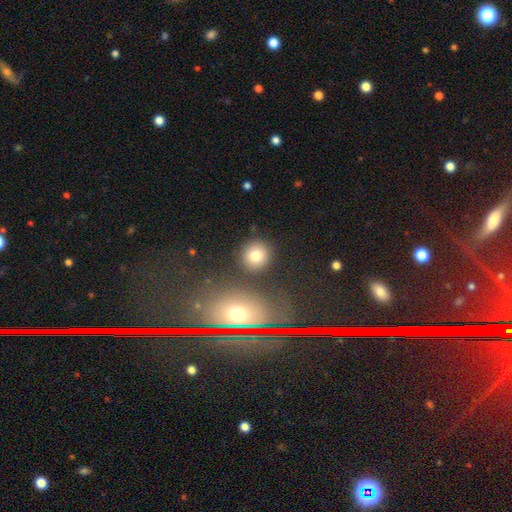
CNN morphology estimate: A smooth galaxy with no disk features (79%) that is round (89%).

Vote fractions:
- Smooth or featured? smooth: 79% / star or artifact: 13% / featured or disk: 8%
- How rounded? round: 89% / in between: 10% / cigar-shaped: 1%
- Merging? none: 84% / minor disturbance: 7% / merger: 6% / major disturbance: 3%